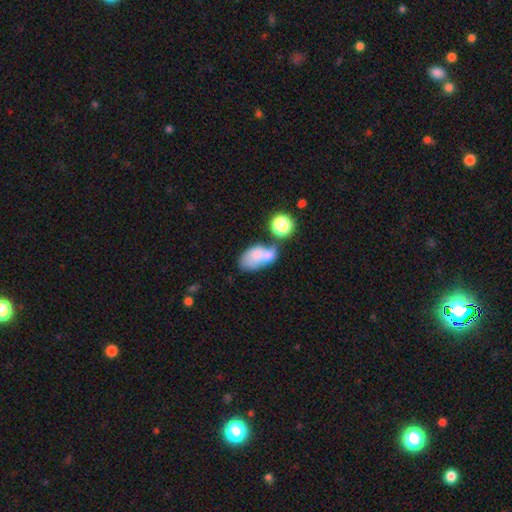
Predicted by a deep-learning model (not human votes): Q: Smooth or featured?
A: smooth (66%); runner-up: featured or disk (23%)
Q: How rounded?
A: in between (86%); runner-up: round (12%)
Q: Merging?
A: merger (50%); runner-up: none (22%)